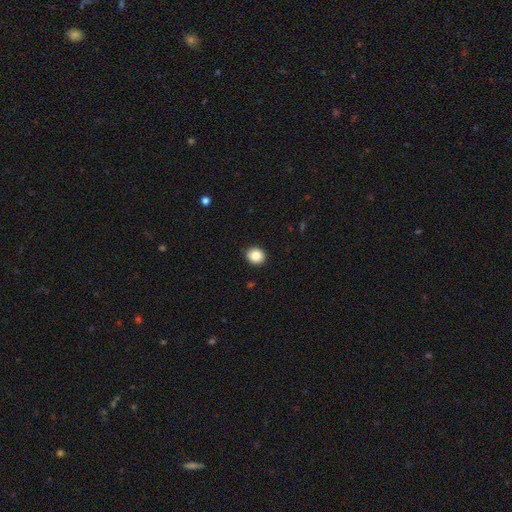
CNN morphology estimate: smooth-or-featured: smooth: 87% | star or artifact: 9% | featured or disk: 4%
  how-rounded: round: 74% | in between: 26% | cigar-shaped: 1%
  merging: none: 92% | minor disturbance: 6% | major disturbance: 2% | merger: 1%